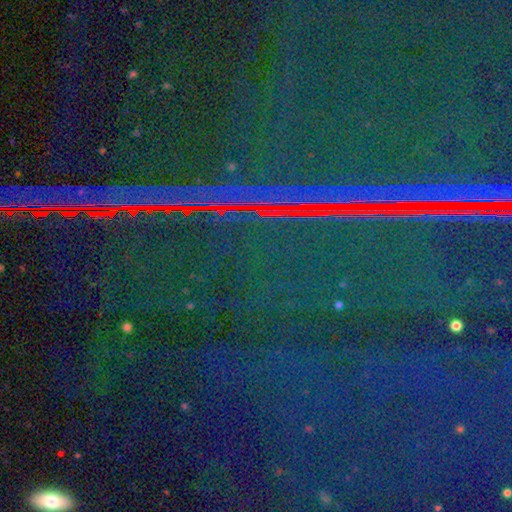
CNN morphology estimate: Smooth or featured? Predicted: star or artifact (p=0.88).